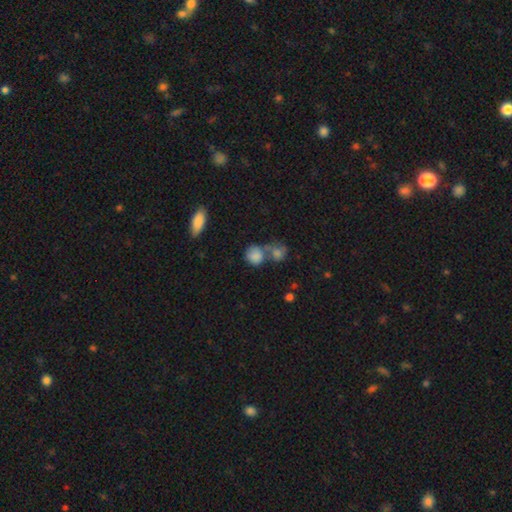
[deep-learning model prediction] This is clearly a smooth galaxy (81%). How rounded: likely round (74%). Merging: possibly merger (46%).